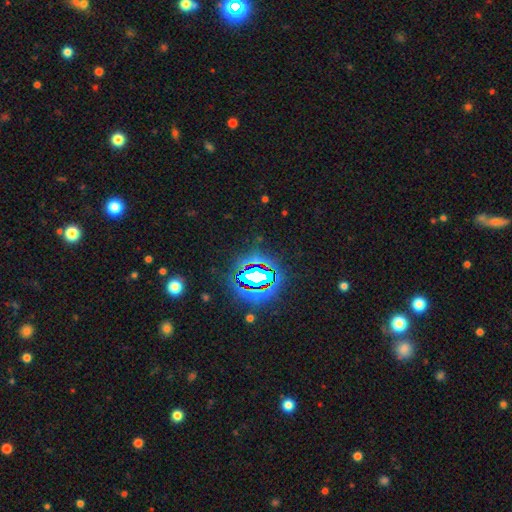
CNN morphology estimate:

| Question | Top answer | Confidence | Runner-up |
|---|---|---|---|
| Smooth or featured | star or artifact | 76% | smooth (14%) |